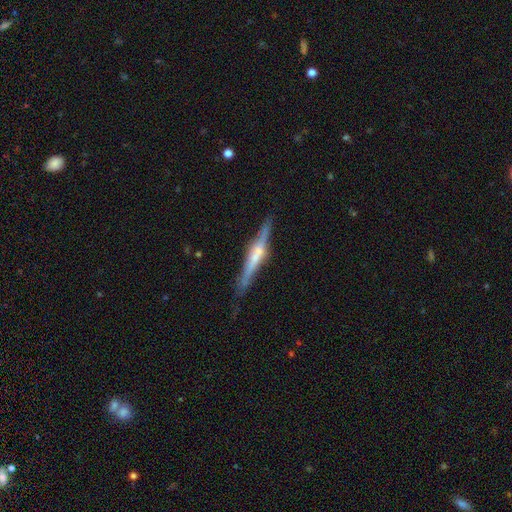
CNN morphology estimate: A featured or disk galaxy (73%) viewed edge-on (96%) with a rounded central bulge (60%).

Vote fractions:
- Smooth or featured? featured or disk: 73% / smooth: 21% / star or artifact: 6%
- Edge-on disk? yes: 96% / no: 4%
- Edge-on bulge? rounded: 60% / boxy: 24% / none: 15%
- Merging? none: 79% / minor disturbance: 15% / major disturbance: 4% / merger: 2%